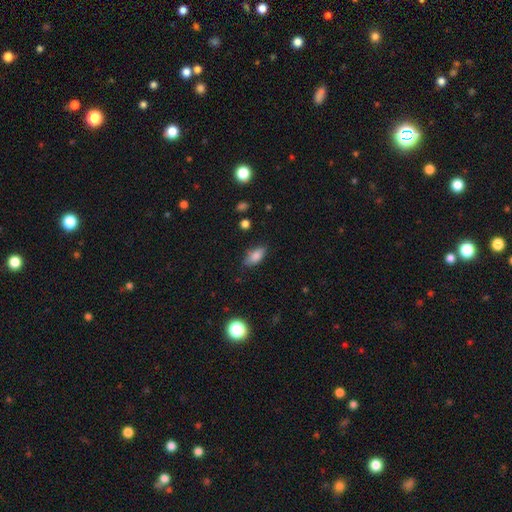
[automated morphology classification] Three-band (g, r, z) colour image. It shows a smooth galaxy with no disk features (82%) that is in between round and cigar-shaped (88%). Merging: none (76%).